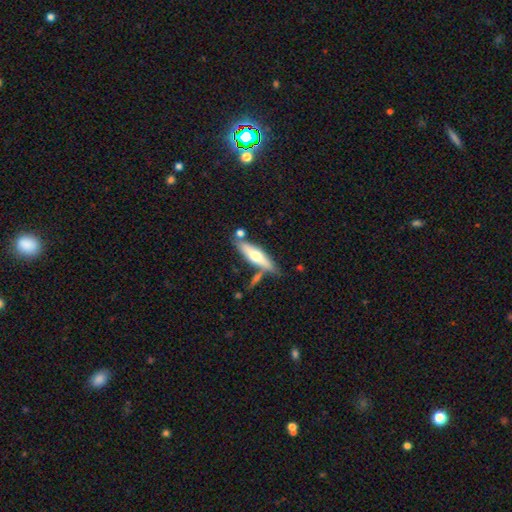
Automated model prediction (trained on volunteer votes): This appears to be a featured or disk galaxy (48%). Merging: none (67%).